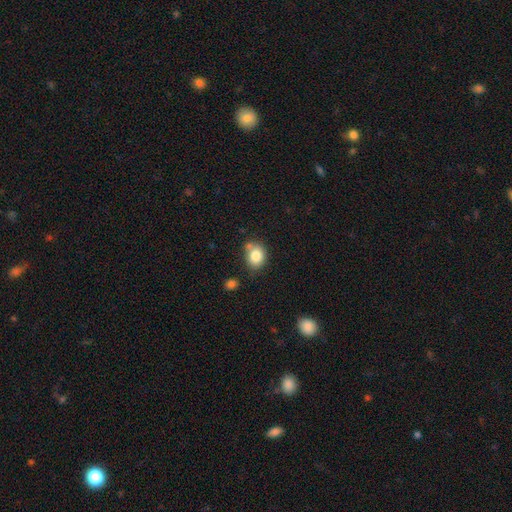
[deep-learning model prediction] Q: Smooth or featured?
A: smooth (82%); runner-up: star or artifact (9%)
Q: How rounded?
A: round (52%); runner-up: in between (47%)
Q: Merging?
A: none (61%); runner-up: minor disturbance (20%)